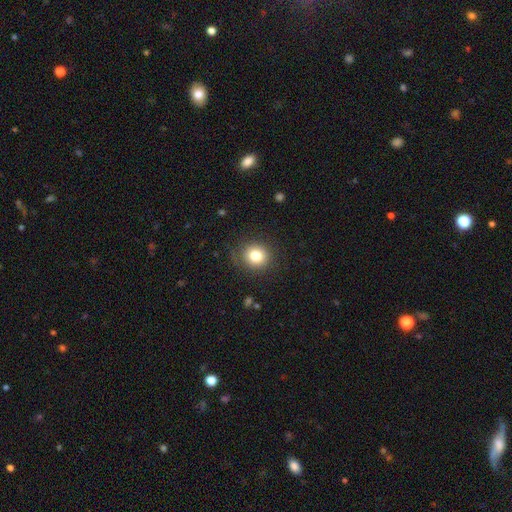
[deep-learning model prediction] Smooth or featured? Predicted: smooth (p=0.80). How rounded? Predicted: round (p=0.87). Merging? Predicted: none (p=0.84).